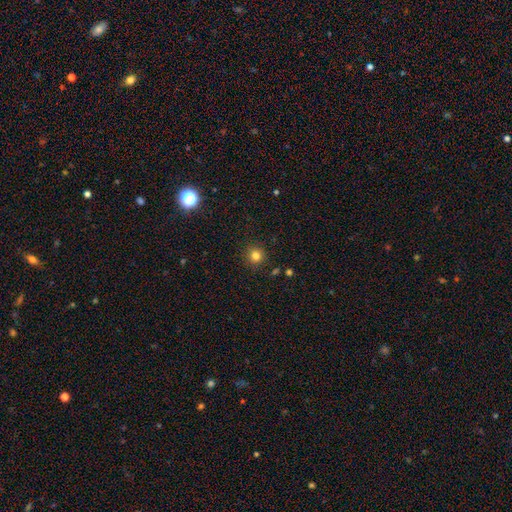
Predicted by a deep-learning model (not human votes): The model was most divided on "smooth or featured": smooth: 81%, star or artifact: 14%, featured or disk: 5%. More confident: how rounded — round (94%); merging — none (90%).